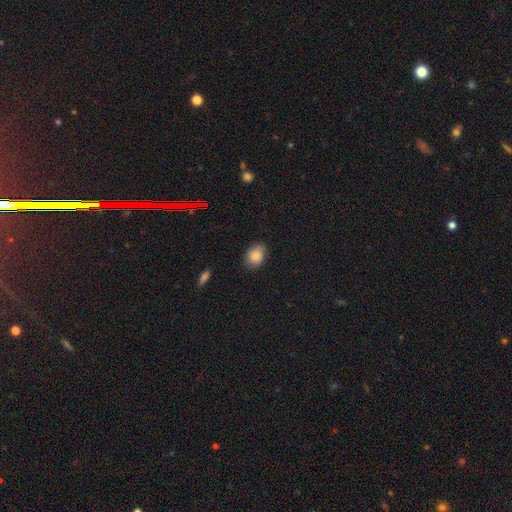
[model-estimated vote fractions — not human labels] Morphology: type=smooth (81%); roundness=in between (71%); merging=none (76%).